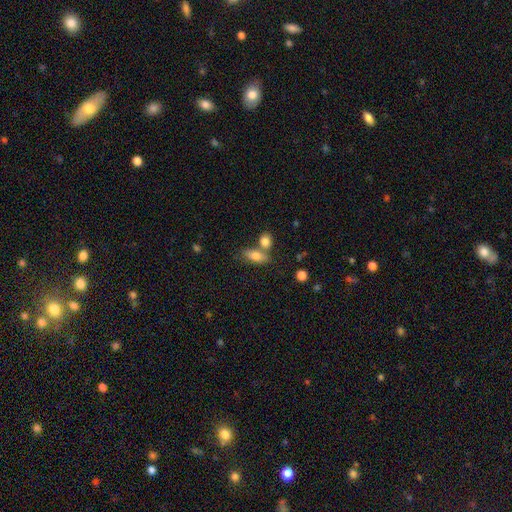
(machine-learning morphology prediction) Overall: smooth (78%). How rounded: in between (77%). Merging: none (53%; merger 31%).